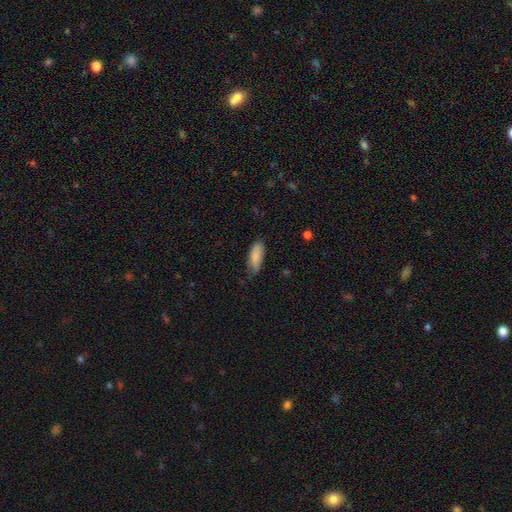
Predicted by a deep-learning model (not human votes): Q: Smooth or featured?
A: smooth (87%); runner-up: featured or disk (7%)
Q: How rounded?
A: in between (72%); runner-up: cigar-shaped (26%)
Q: Merging?
A: none (71%); runner-up: minor disturbance (24%)